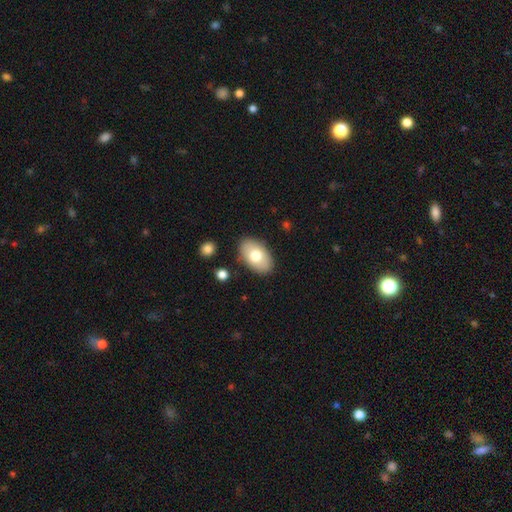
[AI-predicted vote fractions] smooth-or-featured: smooth: 73% | featured or disk: 21% | star or artifact: 6%
  how-rounded: in between: 93% | round: 6% | cigar-shaped: 1%
  merging: none: 86% | minor disturbance: 10% | major disturbance: 2% | merger: 2%